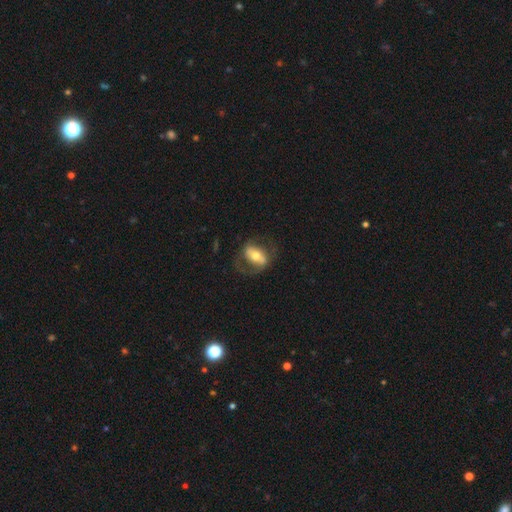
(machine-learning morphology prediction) Smooth or featured? featured or disk (56%)
Edge-on disk? no (91%)
Bar? strong (43%)
Spiral arms? yes (54%)
Bulge size? moderate (67%)
Merging? none (59%)